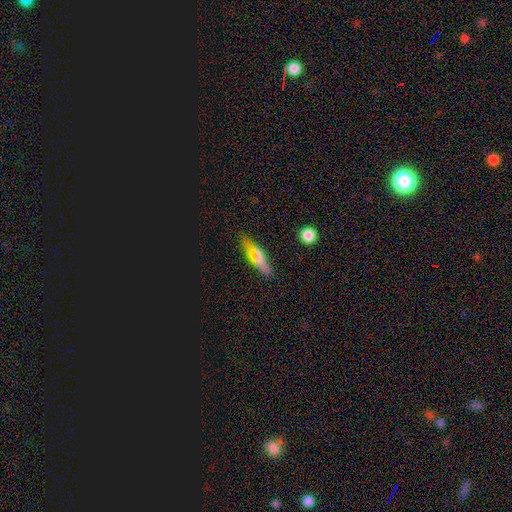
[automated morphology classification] Smooth or featured? Predicted: smooth (p=0.59). How rounded? Predicted: cigar-shaped (p=0.53). Merging? Predicted: none (p=0.85).